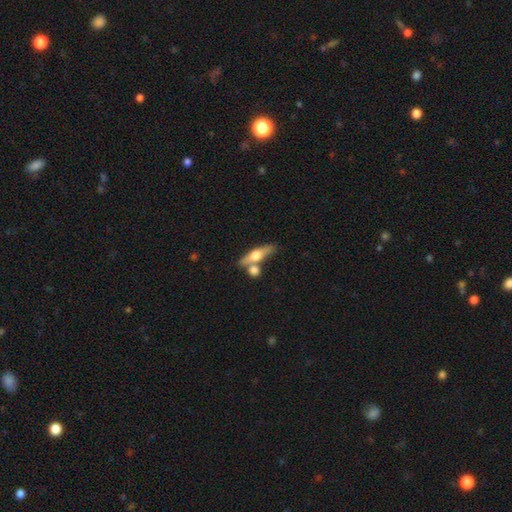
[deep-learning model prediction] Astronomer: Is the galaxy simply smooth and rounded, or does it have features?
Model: featured or disk — 52% (runner-up: smooth, 42%).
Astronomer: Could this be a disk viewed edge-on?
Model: yes — 89%.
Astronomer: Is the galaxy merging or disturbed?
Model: none — 60%.